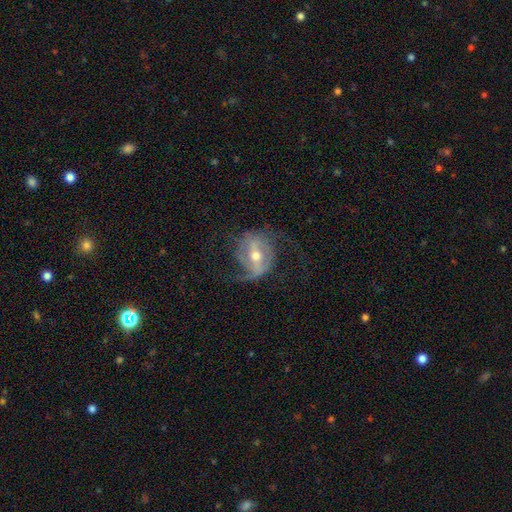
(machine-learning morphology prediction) This appears to be a featured or disk galaxy (84%) with a strong bar (48%), 2 (76%) loose (50%) spiral arms (92%) and a moderate central bulge (62%). Merging: none (62%).